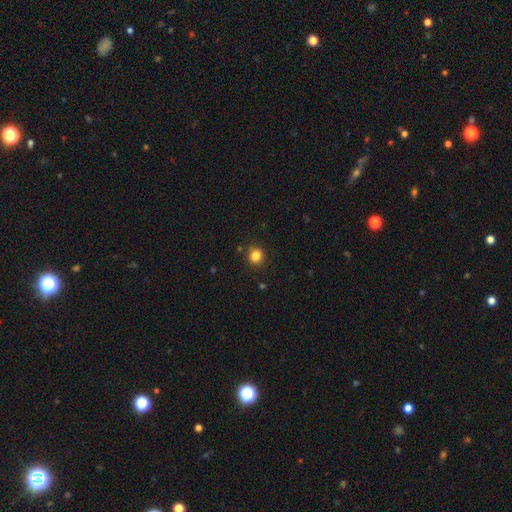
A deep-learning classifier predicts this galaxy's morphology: type=smooth (85%); roundness=round (81%); merging=none (85%).